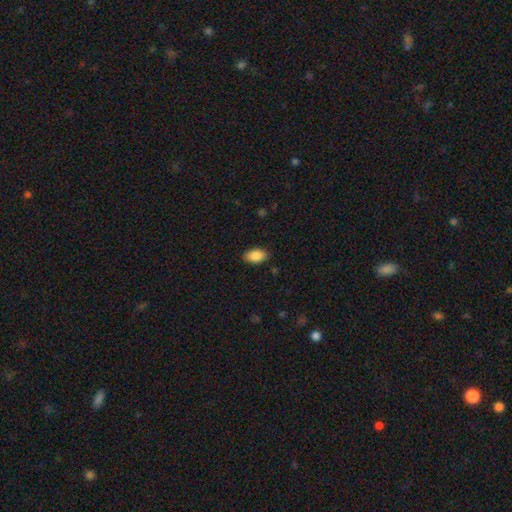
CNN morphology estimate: Q: Smooth or featured?
A: smooth (87%); runner-up: star or artifact (7%)
Q: How rounded?
A: in between (93%); runner-up: round (5%)
Q: Merging?
A: none (88%); runner-up: minor disturbance (9%)